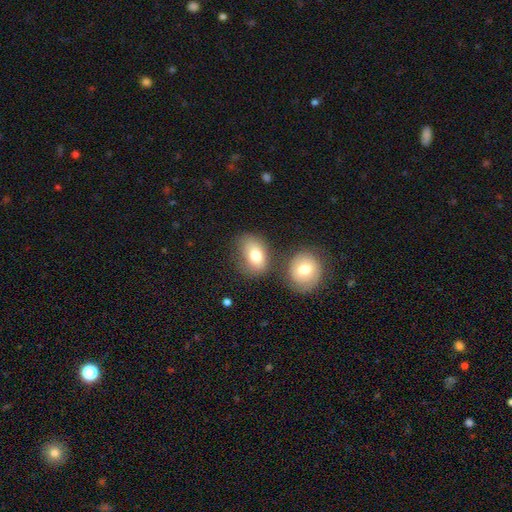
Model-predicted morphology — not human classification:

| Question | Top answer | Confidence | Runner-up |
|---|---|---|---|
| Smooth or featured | smooth | 77% | featured or disk (15%) |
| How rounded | in between | 76% | round (22%) |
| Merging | none | 55% | merger (21%) |